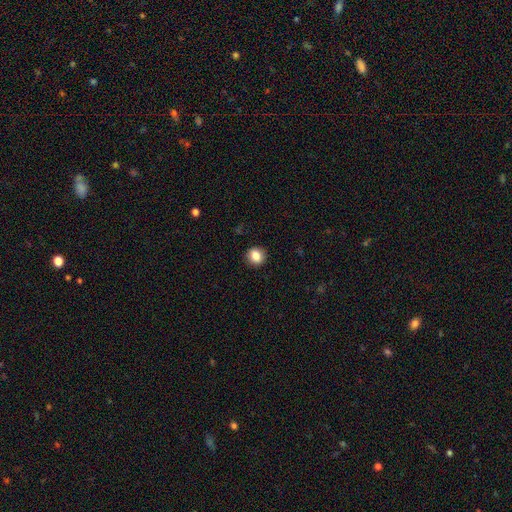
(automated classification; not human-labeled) Smooth or featured?
  - smooth: 85% *
  - star or artifact: 9%
  - featured or disk: 6%
How rounded?
  - round: 79% *
  - in between: 20%
  - cigar-shaped: 1%
Merging?
  - none: 90% *
  - minor disturbance: 7%
  - major disturbance: 2%
  - merger: 1%